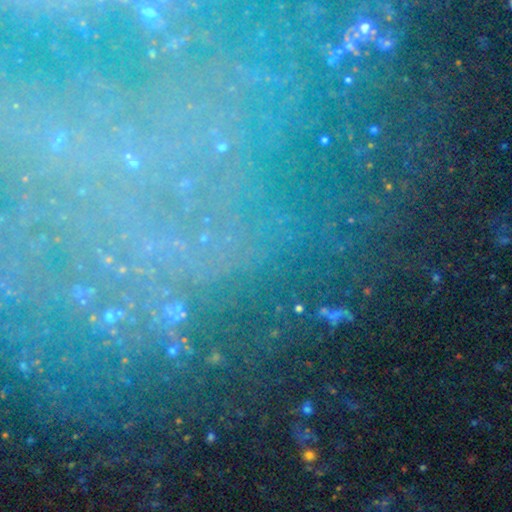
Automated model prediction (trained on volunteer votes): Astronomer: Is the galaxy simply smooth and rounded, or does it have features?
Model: star or artifact — 69%.